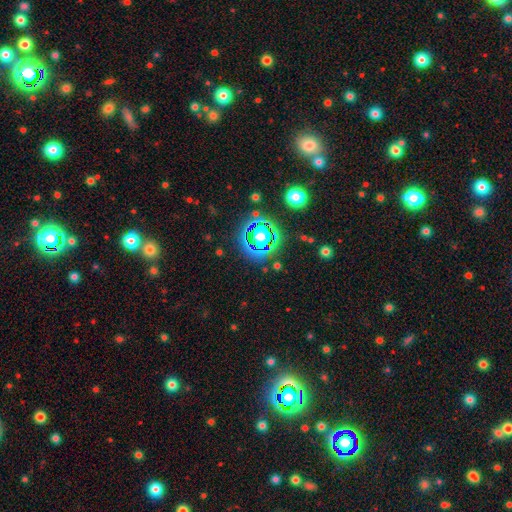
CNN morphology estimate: A star or artifact, not a galaxy (77%).

Vote fractions:
- Smooth or featured? star or artifact: 77% / smooth: 15% / featured or disk: 8%